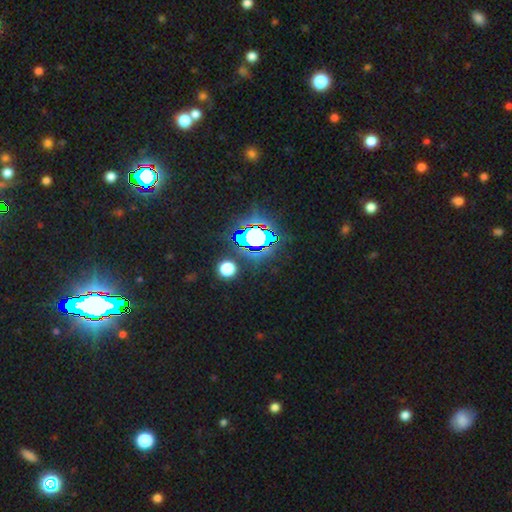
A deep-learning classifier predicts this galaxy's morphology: smooth_or_featured: star or artifact (p=0.84) [alt: smooth p=0.09]